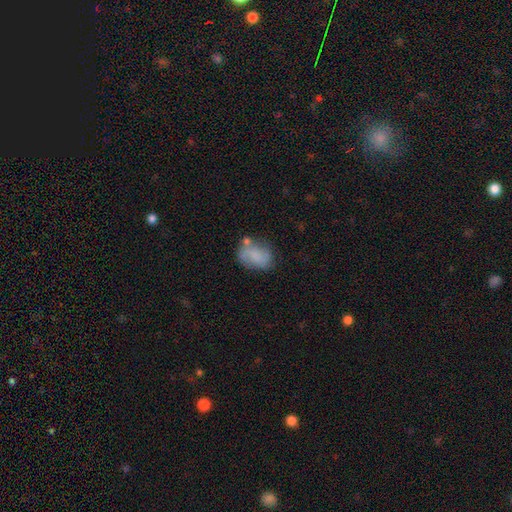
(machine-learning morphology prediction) smooth 66%, featured or disk 25%, star or artifact 9%. Down the decision tree: how rounded — in between (73%); merging — none (50%).